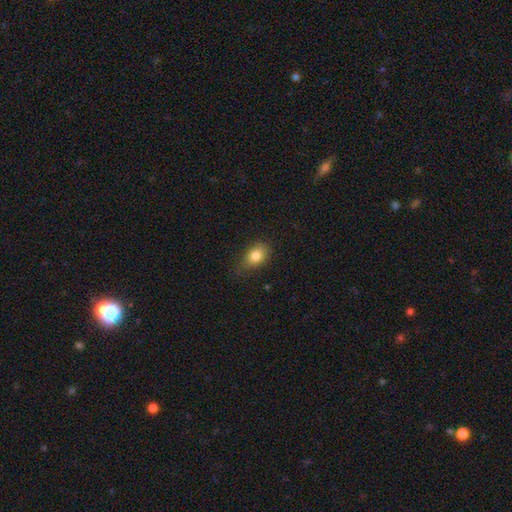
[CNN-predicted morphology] Smooth or featured? smooth (82%)
How rounded? in between (76%)
Merging? none (71%)